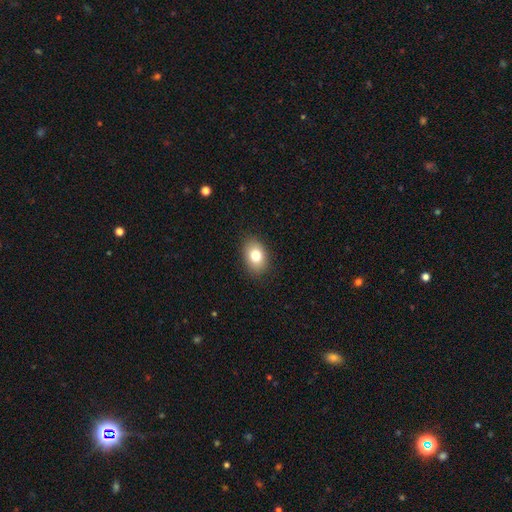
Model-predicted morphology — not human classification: smooth 78%, featured or disk 12%, star or artifact 10%. Down the decision tree: how rounded — in between (75%); merging — none (87%).